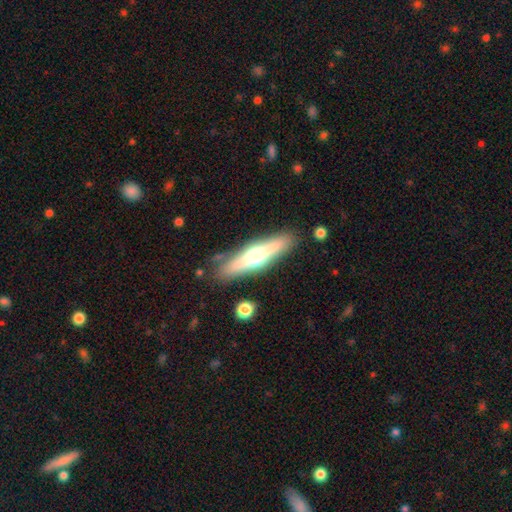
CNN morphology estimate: smooth_or_featured: featured or disk (p=0.58) [alt: smooth p=0.36]
disk_edge_on: yes (p=0.92) [alt: no p=0.08]
edge_on_bulge: rounded (p=0.93) [alt: boxy p=0.04]
merging: none (p=0.84) [alt: minor disturbance p=0.10]